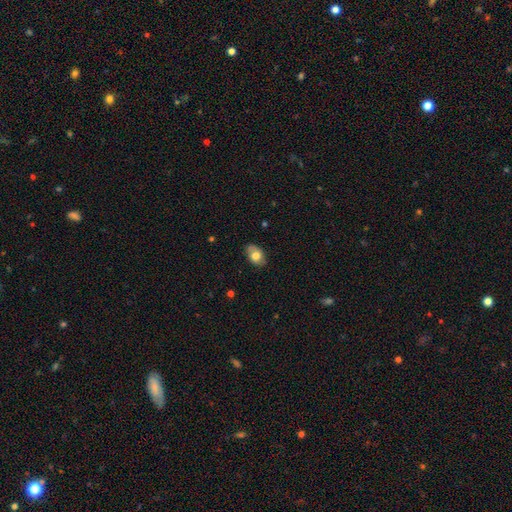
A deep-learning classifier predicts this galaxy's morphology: Q: Smooth or featured?
A: smooth (73%); runner-up: featured or disk (19%)
Q: How rounded?
A: in between (84%); runner-up: round (15%)
Q: Merging?
A: none (78%); runner-up: minor disturbance (18%)